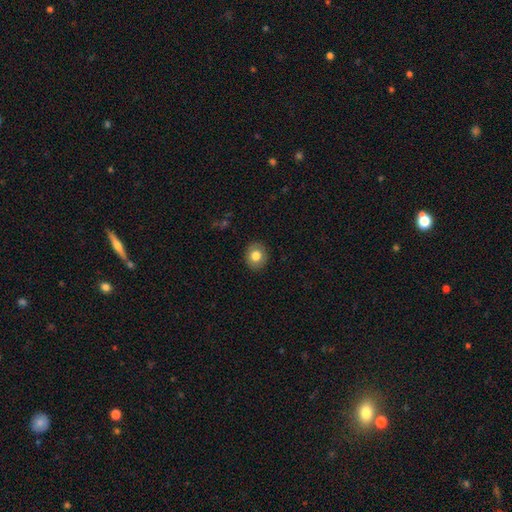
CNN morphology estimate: Smooth or featured: smooth — 79% (featured or disk — 12%)
How rounded: round — 68% (in between — 31%)
Merging: none — 90% (minor disturbance — 8%)